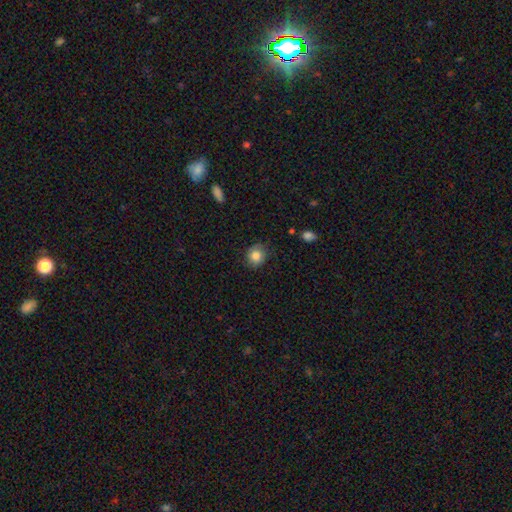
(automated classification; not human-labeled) Smooth or featured? smooth (84%)
How rounded? round (77%)
Merging? none (81%)